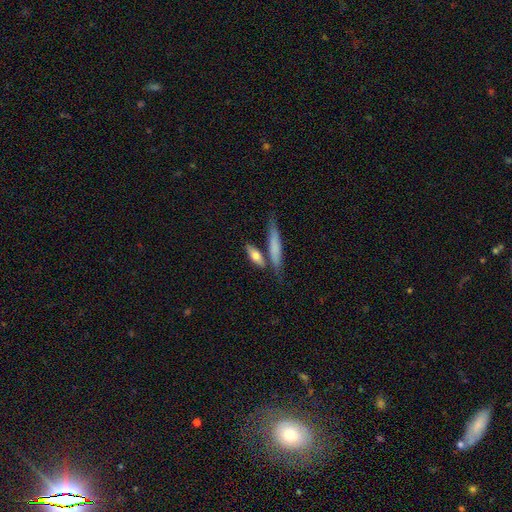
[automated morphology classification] type=smooth (71%); roundness=cigar-shaped (56%); merging=none (62%).